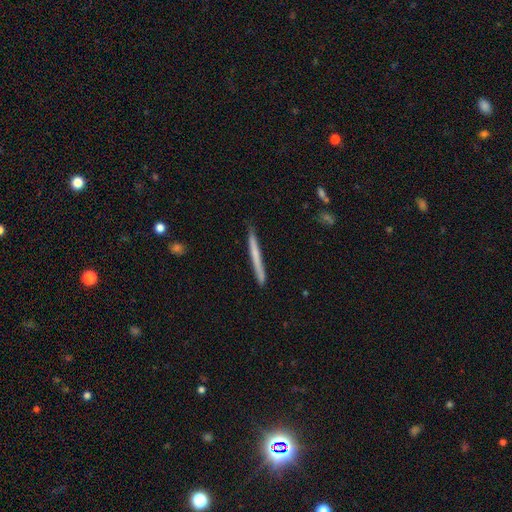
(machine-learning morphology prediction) Q: Smooth or featured?
A: smooth (55%); runner-up: featured or disk (39%)
Q: How rounded?
A: cigar-shaped (97%); runner-up: in between (2%)
Q: Merging?
A: none (86%); runner-up: minor disturbance (10%)